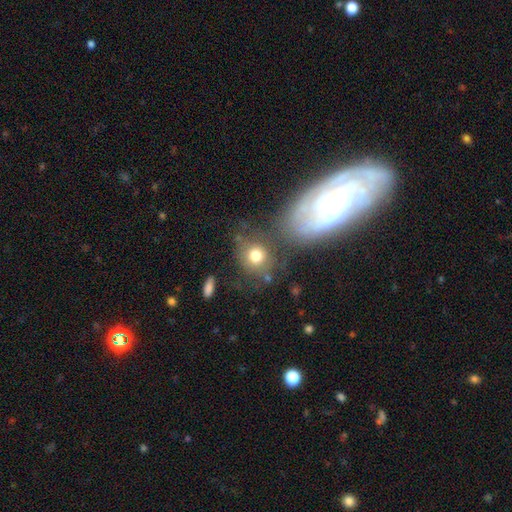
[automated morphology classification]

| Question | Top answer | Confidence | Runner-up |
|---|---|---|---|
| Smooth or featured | smooth | 75% | featured or disk (14%) |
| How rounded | round | 79% | in between (19%) |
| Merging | none | 61% | merger (16%) |